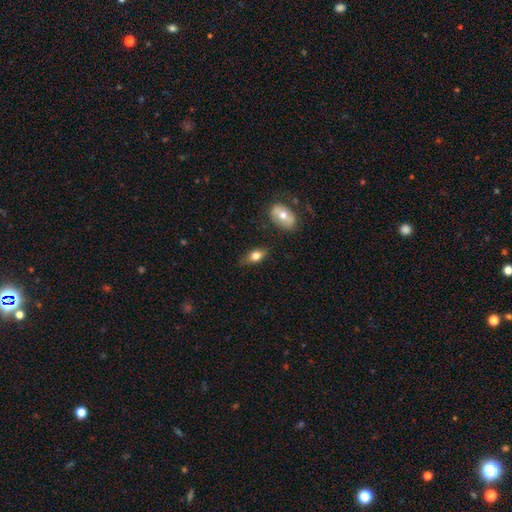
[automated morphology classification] Q: Smooth or featured?
A: smooth (72%); runner-up: featured or disk (21%)
Q: How rounded?
A: in between (80%); runner-up: cigar-shaped (11%)
Q: Merging?
A: none (74%); runner-up: minor disturbance (18%)